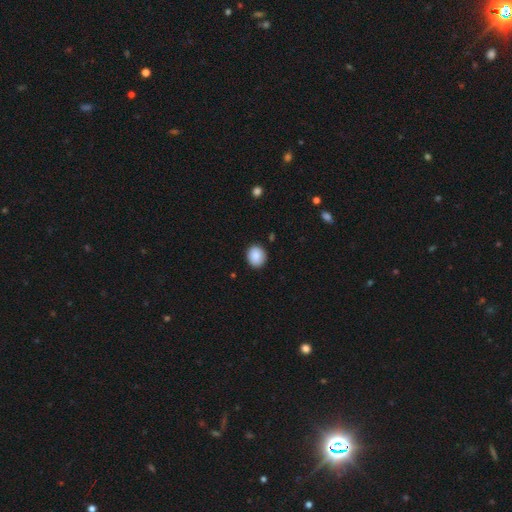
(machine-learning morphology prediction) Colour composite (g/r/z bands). It shows a smooth galaxy with no disk features (88%) that is round (69%). Merging: none (89%).